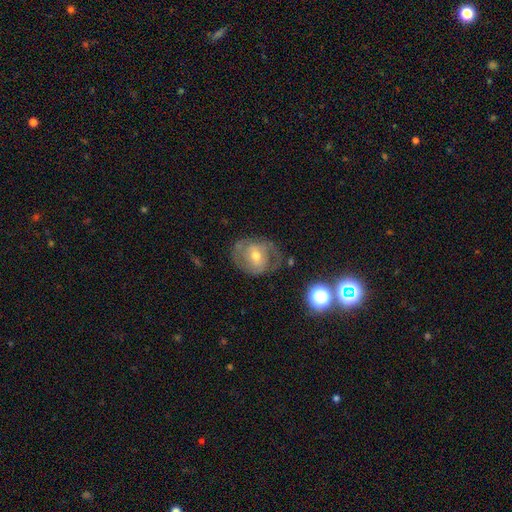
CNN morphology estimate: This appears to be a featured or disk galaxy (65%) with no bar (45%), spiral arms (78%) and a moderate central bulge (63%). Merging: none (59%).